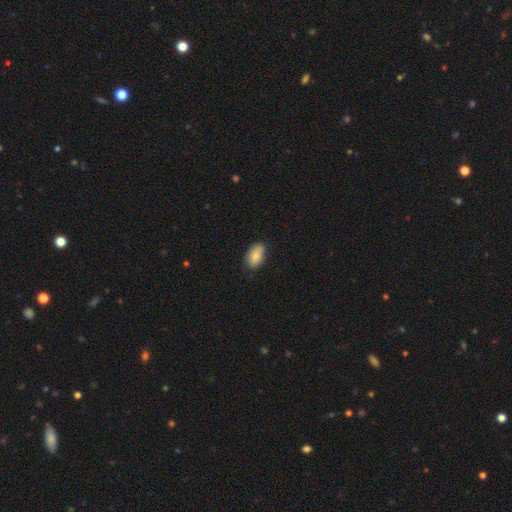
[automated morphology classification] type=smooth (83%); roundness=in between (92%); merging=none (77%).